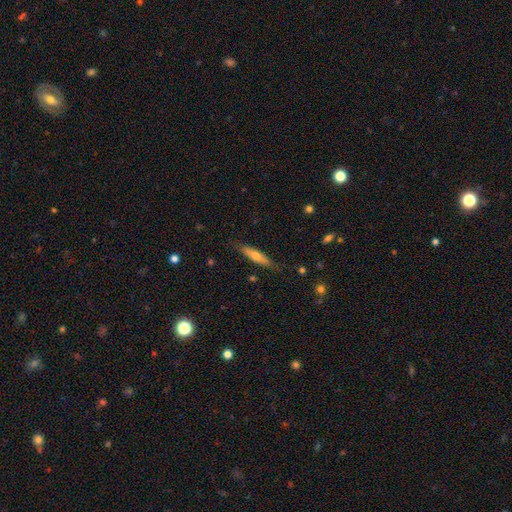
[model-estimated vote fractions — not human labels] The model was most divided on "smooth or featured": smooth: 53%, featured or disk: 41%, star or artifact: 6%. More confident: how rounded — cigar-shaped (83%); merging — none (82%).